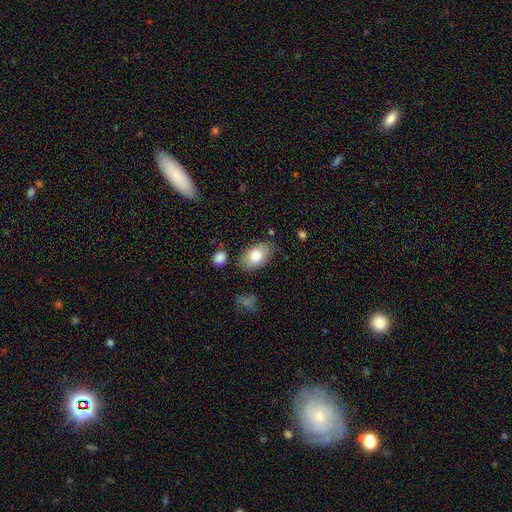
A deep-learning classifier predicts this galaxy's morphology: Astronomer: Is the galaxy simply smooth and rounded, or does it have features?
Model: smooth — 80%.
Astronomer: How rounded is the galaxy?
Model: in between — 91%.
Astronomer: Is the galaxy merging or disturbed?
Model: none — 79%.